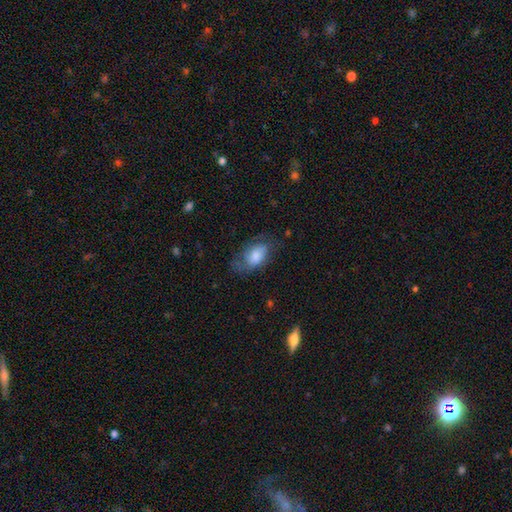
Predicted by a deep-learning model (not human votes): The model was most divided on "merging": none: 55%, minor disturbance: 27%, major disturbance: 17%, merger: 2%. More confident: how rounded — in between (89%); smooth or featured — smooth (62%).